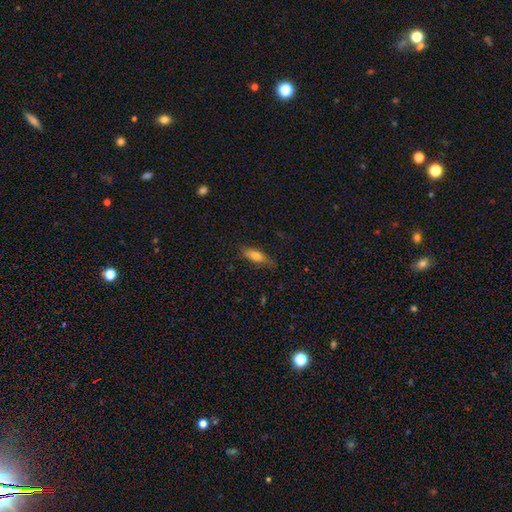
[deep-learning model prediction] smooth-or-featured: smooth: 73% | featured or disk: 19% | star or artifact: 8%
  how-rounded: in between: 60% | cigar-shaped: 37% | round: 3%
  merging: none: 74% | minor disturbance: 20% | major disturbance: 5% | merger: 1%